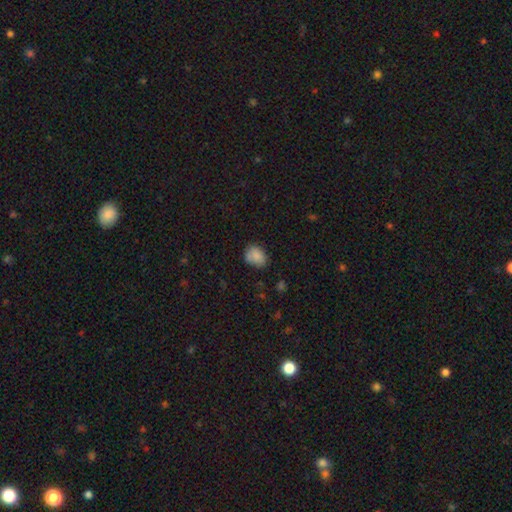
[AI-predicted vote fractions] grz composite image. It shows a smooth galaxy with no disk features (83%) that is in between round and cigar-shaped (61%). Merging: none (67%).